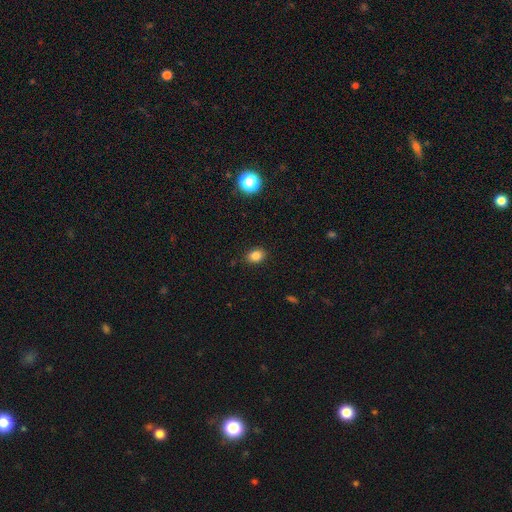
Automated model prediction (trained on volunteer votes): Smooth or featured? smooth (83%)
How rounded? in between (60%)
Merging? none (87%)